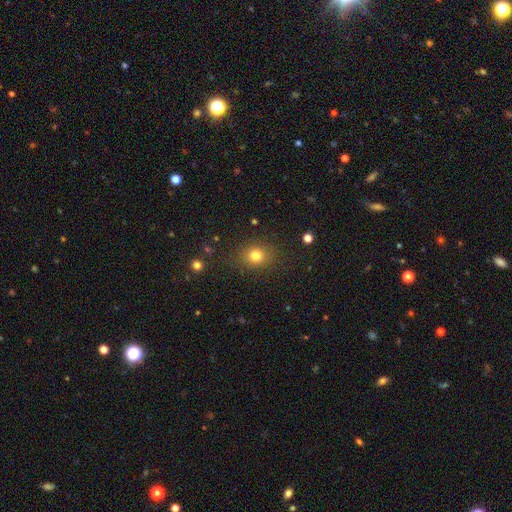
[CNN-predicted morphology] type=smooth (79%); roundness=round (68%); merging=none (85%).